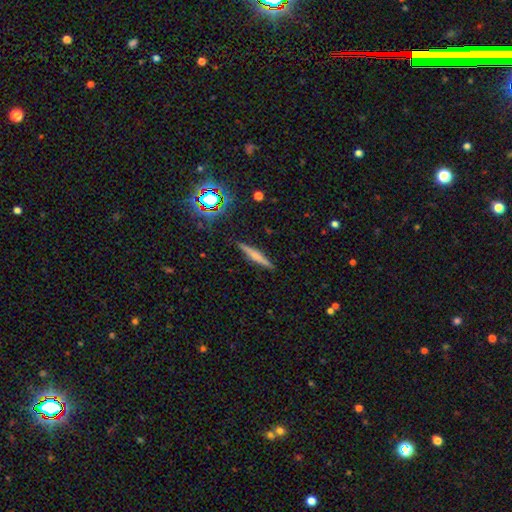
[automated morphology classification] This is marginally a smooth galaxy (45%). Merging: clearly none (89%).